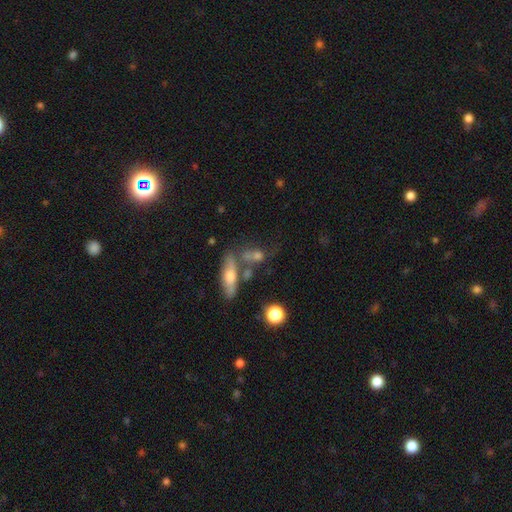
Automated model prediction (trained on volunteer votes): This appears to be a smooth galaxy with no disk features (51%) that is in between round and cigar-shaped (47%). Merging: none (47%).